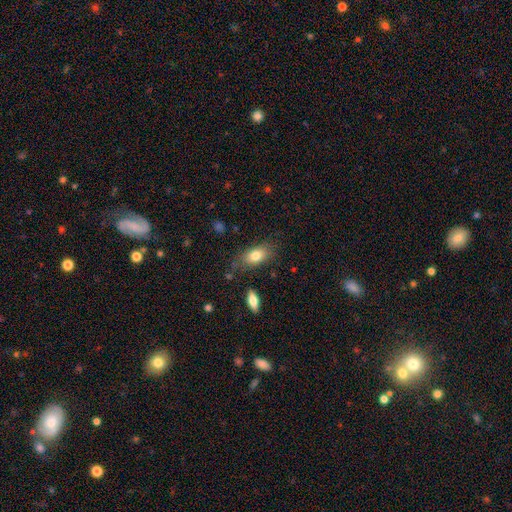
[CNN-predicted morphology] smooth-or-featured: smooth: 79% | featured or disk: 13% | star or artifact: 8%
  how-rounded: in between: 87% | round: 7% | cigar-shaped: 6%
  merging: none: 74% | minor disturbance: 17% | major disturbance: 5% | merger: 3%